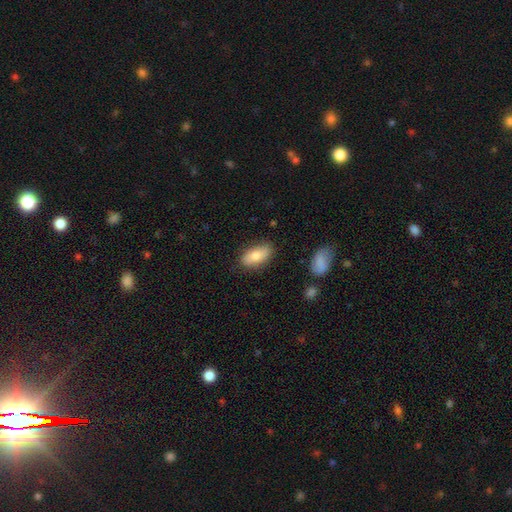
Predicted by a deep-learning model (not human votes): This appears to be a smooth galaxy with no disk features (77%) that is in between round and cigar-shaped (90%). Merging: none (81%).